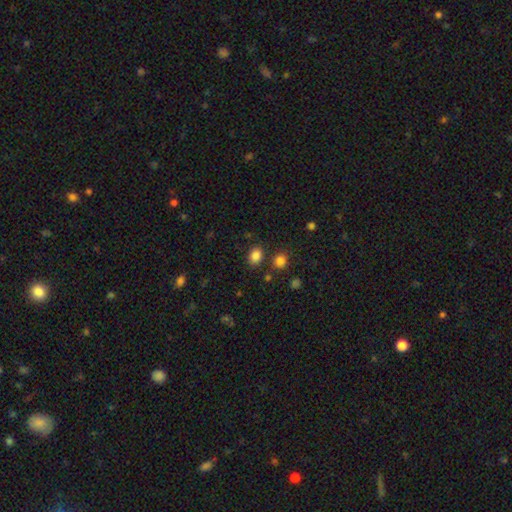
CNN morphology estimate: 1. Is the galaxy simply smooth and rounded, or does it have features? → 84% smooth, 12% star or artifact, 4% featured or disk.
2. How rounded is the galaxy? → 58% in between, 41% round, 1% cigar-shaped.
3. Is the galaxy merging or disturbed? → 81% none, 10% minor disturbance, 6% merger, 3% major disturbance.